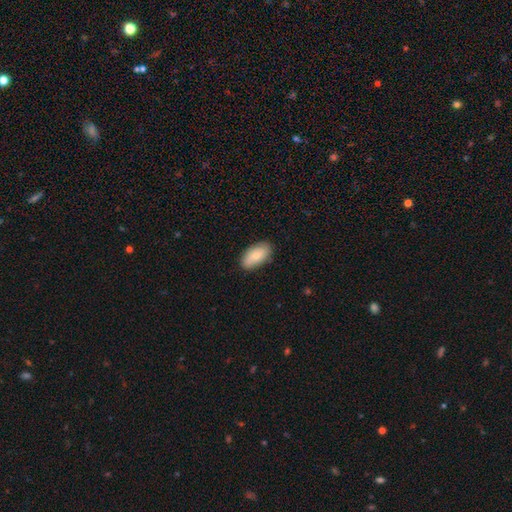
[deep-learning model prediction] Smooth or featured?
  - smooth: 75% *
  - featured or disk: 19%
  - star or artifact: 6%
How rounded?
  - in between: 93% *
  - cigar-shaped: 3%
  - round: 3%
Merging?
  - none: 84% *
  - minor disturbance: 12%
  - major disturbance: 2%
  - merger: 1%